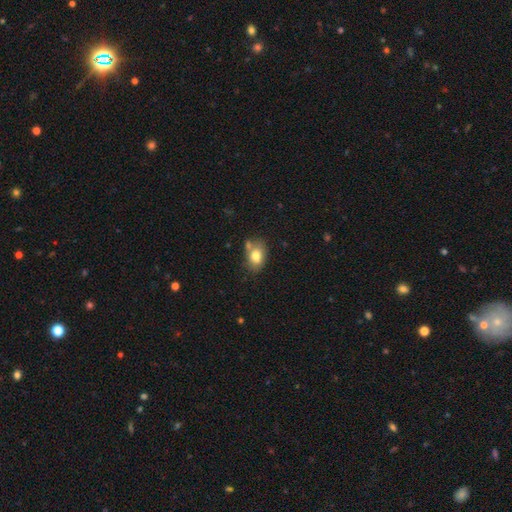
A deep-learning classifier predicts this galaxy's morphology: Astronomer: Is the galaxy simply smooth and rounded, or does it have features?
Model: smooth — 77%.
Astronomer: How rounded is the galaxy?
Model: in between — 73%.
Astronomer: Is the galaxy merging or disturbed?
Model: none — 60%.